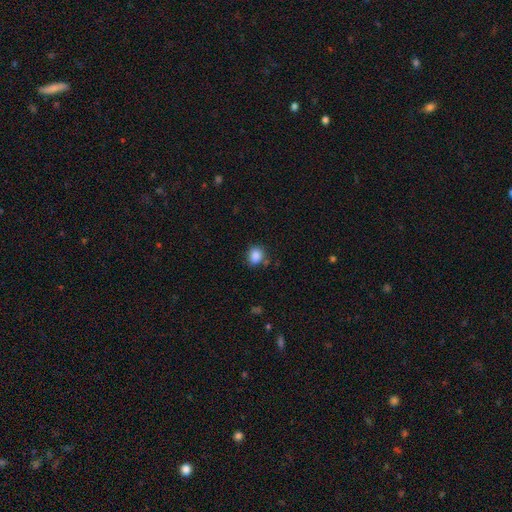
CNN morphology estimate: This is clearly a smooth galaxy (87%). How rounded: likely round (69%). Merging: likely none (78%).